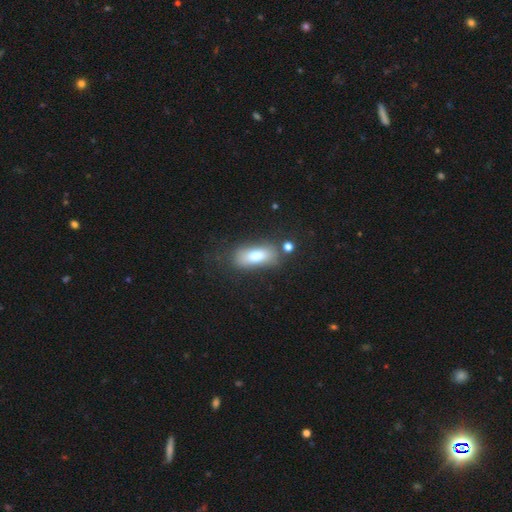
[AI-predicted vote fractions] Morphology: type=smooth (73%); roundness=in between (83%); merging=none (67%).